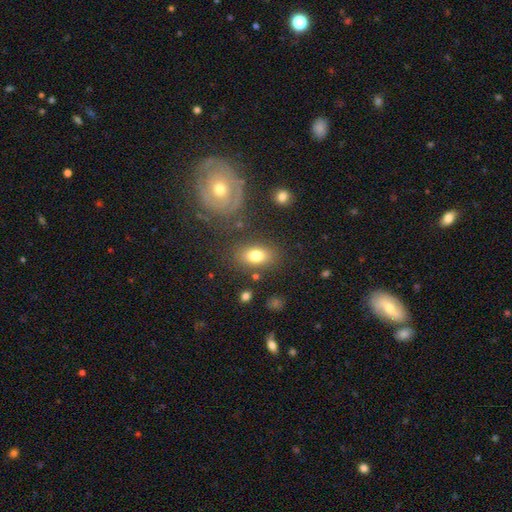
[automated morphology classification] smooth-or-featured: smooth: 75% | featured or disk: 17% | star or artifact: 9%
  how-rounded: in between: 84% | round: 14% | cigar-shaped: 2%
  merging: none: 77% | minor disturbance: 13% | merger: 5% | major disturbance: 5%